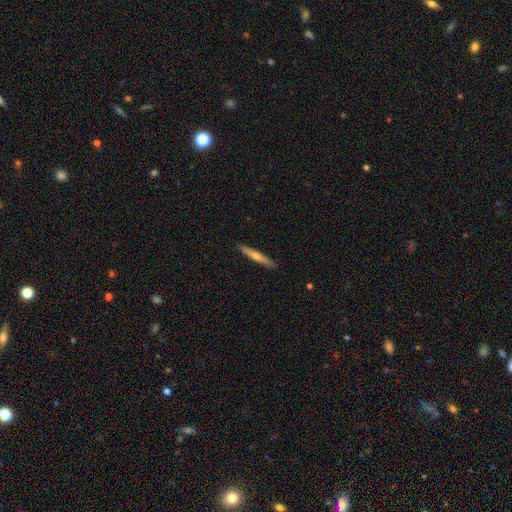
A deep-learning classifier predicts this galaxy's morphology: Smooth or featured? Predicted: featured or disk (p=0.51). Edge-on disk? Predicted: yes (p=0.96). Merging? Predicted: none (p=0.91).